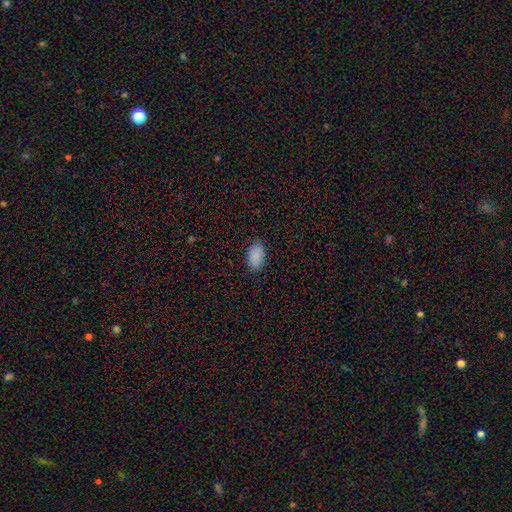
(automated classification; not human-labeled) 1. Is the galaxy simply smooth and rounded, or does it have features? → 89% smooth, 8% star or artifact, 4% featured or disk.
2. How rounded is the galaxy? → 93% in between, 5% round, 1% cigar-shaped.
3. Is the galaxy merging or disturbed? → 85% none, 12% minor disturbance, 3% major disturbance, 1% merger.